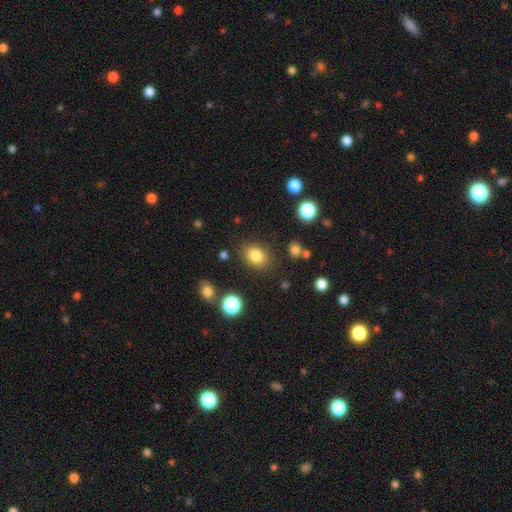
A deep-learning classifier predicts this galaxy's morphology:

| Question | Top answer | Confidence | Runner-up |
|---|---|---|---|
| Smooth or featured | smooth | 81% | star or artifact (11%) |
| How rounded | in between | 59% | round (40%) |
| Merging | none | 83% | minor disturbance (11%) |